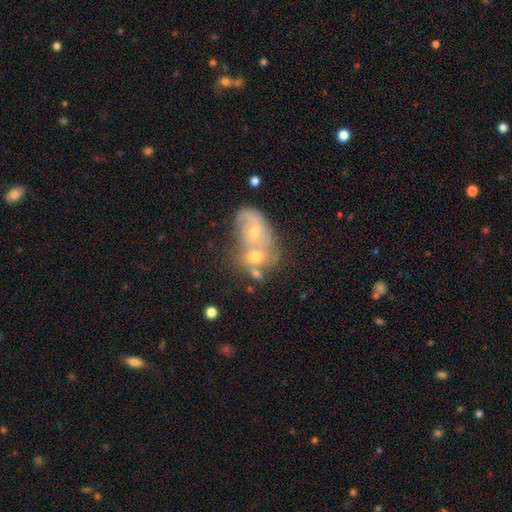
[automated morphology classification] Q: Smooth or featured?
A: featured or disk (57%); runner-up: smooth (31%)
Q: Edge-on disk?
A: no (95%); runner-up: yes (5%)
Q: Bar?
A: no (69%); runner-up: weak (25%)
Q: Spiral arms?
A: yes (70%); runner-up: no (30%)
Q: Bulge size?
A: small (51%); runner-up: moderate (42%)
Q: Merging?
A: merger (61%); runner-up: none (23%)